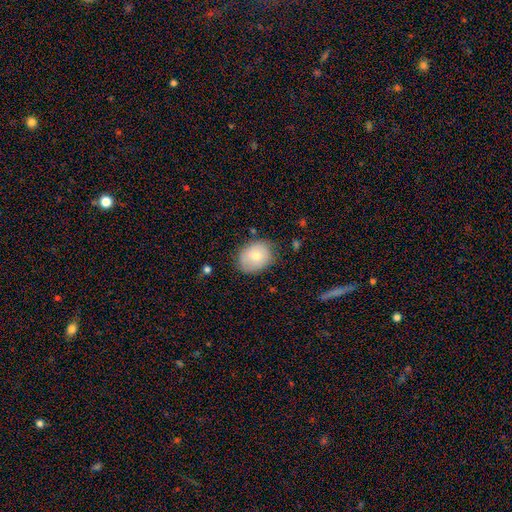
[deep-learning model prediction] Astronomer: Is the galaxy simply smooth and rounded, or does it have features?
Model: smooth — 72%.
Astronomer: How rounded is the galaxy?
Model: in between — 59% (runner-up: round, 40%).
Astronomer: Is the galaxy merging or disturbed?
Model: none — 76%.